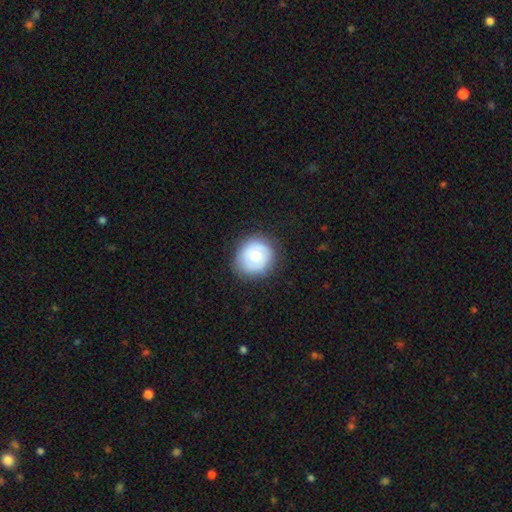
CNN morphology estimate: Q: Smooth or featured?
A: smooth (60%); runner-up: featured or disk (33%)
Q: How rounded?
A: round (89%); runner-up: in between (10%)
Q: Merging?
A: none (82%); runner-up: minor disturbance (13%)